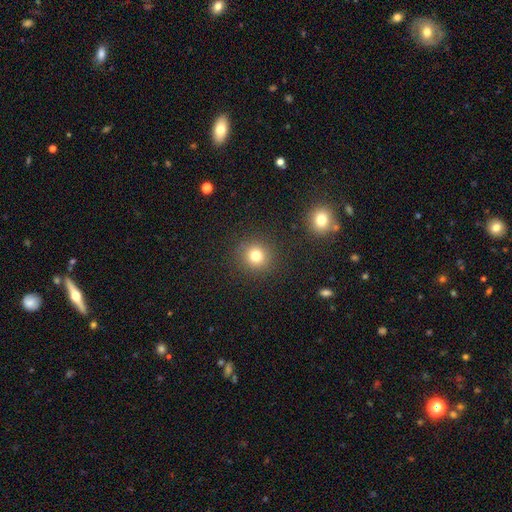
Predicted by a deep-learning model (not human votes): smooth-or-featured: smooth: 78% | star or artifact: 14% | featured or disk: 8%
  how-rounded: round: 93% | in between: 7% | cigar-shaped: 1%
  merging: none: 89% | minor disturbance: 6% | major disturbance: 3% | merger: 2%